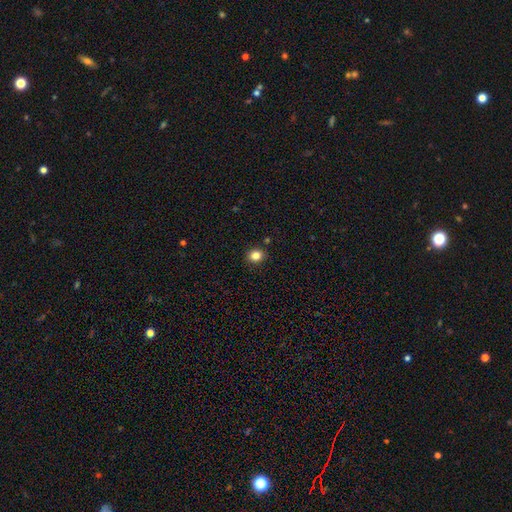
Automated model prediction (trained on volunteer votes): smooth-or-featured: smooth: 83% | star or artifact: 12% | featured or disk: 5%
  how-rounded: round: 72% | in between: 28% | cigar-shaped: 1%
  merging: none: 90% | minor disturbance: 7% | major disturbance: 2% | merger: 2%